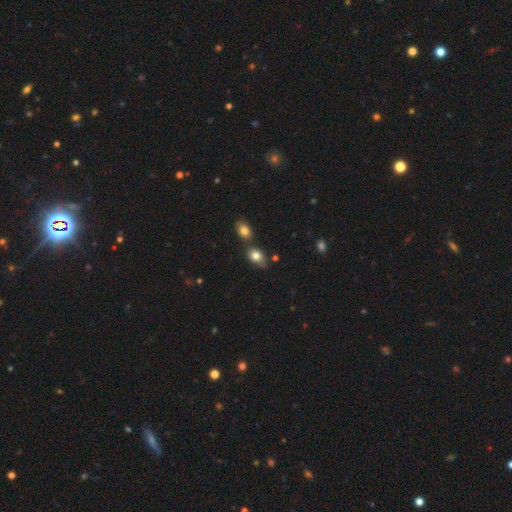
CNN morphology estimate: Q: Smooth or featured?
A: smooth (81%); runner-up: star or artifact (10%)
Q: How rounded?
A: in between (71%); runner-up: round (27%)
Q: Merging?
A: none (58%); runner-up: minor disturbance (20%)